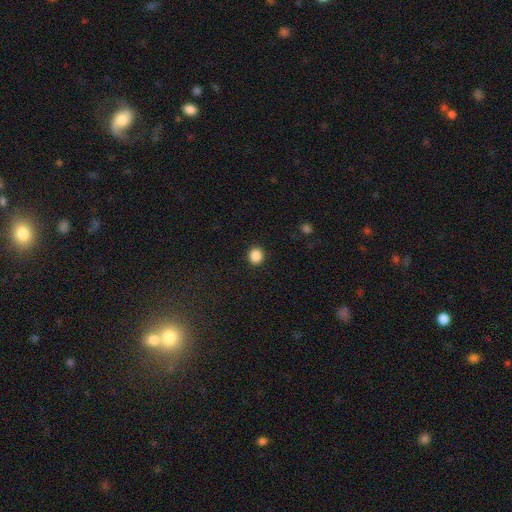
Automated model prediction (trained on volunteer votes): smooth-or-featured: smooth: 87% | star or artifact: 10% | featured or disk: 3%
  how-rounded: round: 88% | in between: 11% | cigar-shaped: 1%
  merging: none: 92% | minor disturbance: 5% | major disturbance: 2% | merger: 1%